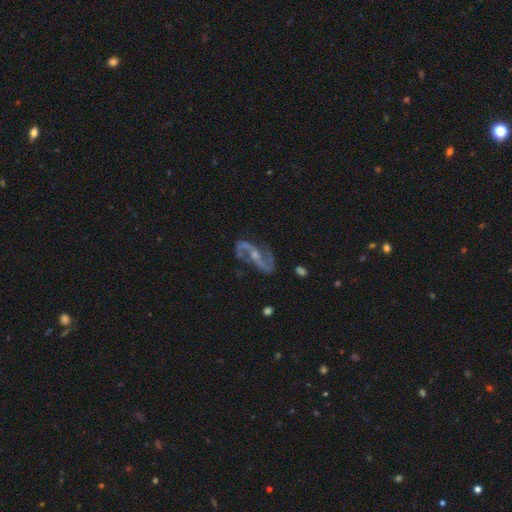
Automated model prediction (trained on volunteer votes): A featured or disk galaxy (90%) with a weak bar (39%, tied with no), 2 (92%) loose (56%) spiral arms (96%) and a small central bulge (56%). Merging: none (68%).